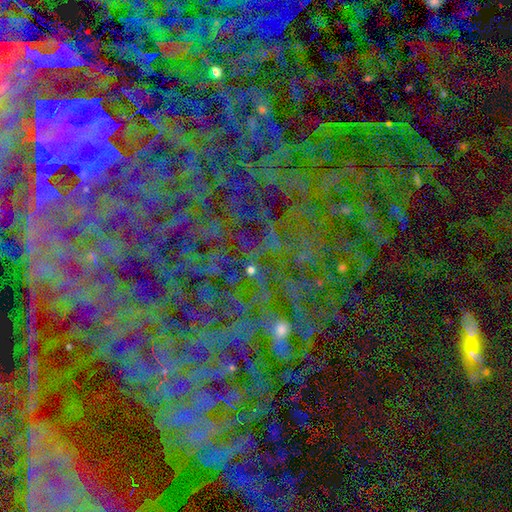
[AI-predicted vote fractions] star or artifact 83%, featured or disk 9%, smooth 8%.